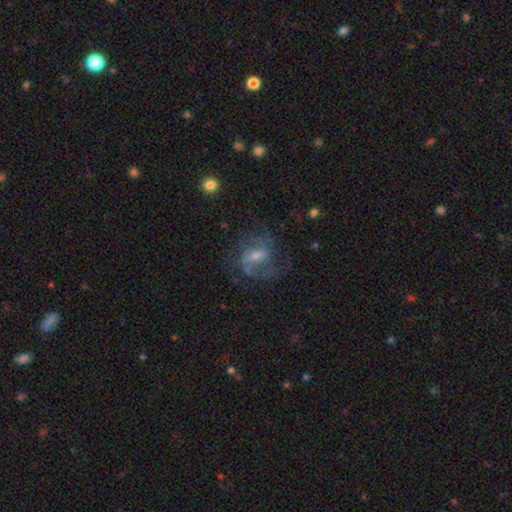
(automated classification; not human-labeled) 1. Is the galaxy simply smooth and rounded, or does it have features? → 74% featured or disk, 16% smooth, 10% star or artifact.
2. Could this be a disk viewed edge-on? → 96% no, 4% yes.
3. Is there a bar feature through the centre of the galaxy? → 52% weak, 28% strong, 21% no.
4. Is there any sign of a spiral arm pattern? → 89% yes, 11% no.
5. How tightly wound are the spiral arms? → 49% medium, 31% loose, 21% tight.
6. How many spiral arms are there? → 57% 2, 18% can't tell, 12% 1, 8% 3, 2% 4, 2% more than 4.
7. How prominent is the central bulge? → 44% small, 41% moderate, 9% none, 5% large, 1% dominant.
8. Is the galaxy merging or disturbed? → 60% none, 20% major disturbance, 18% minor disturbance, 2% merger.